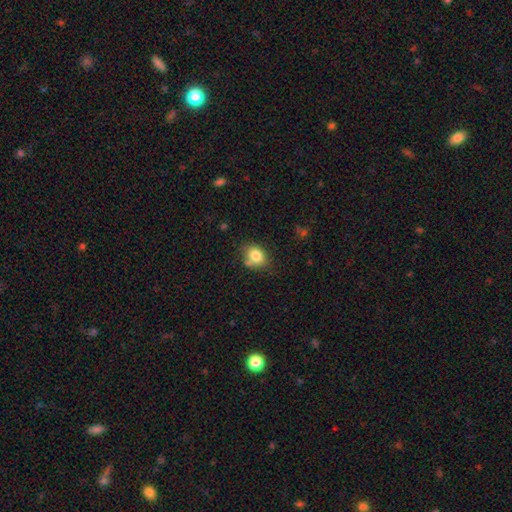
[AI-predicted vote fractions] This is clearly a smooth galaxy (80%). How rounded: possibly in between (59%). Merging: likely none (62%).